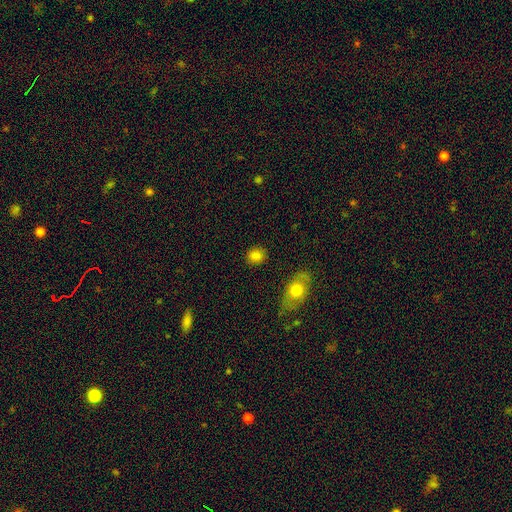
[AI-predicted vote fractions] smooth-or-featured: smooth: 82% | star or artifact: 10% | featured or disk: 7%
  how-rounded: round: 75% | in between: 24% | cigar-shaped: 1%
  merging: none: 89% | minor disturbance: 7% | major disturbance: 2% | merger: 2%